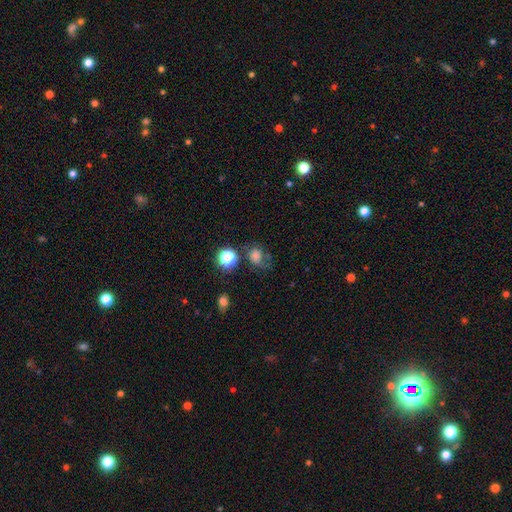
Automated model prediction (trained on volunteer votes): Smooth or featured? Predicted: smooth (p=0.66). How rounded? Predicted: round (p=0.61). Merging? Predicted: none (p=0.42).